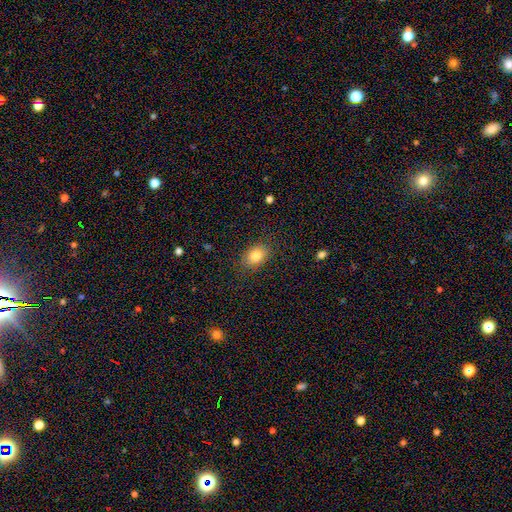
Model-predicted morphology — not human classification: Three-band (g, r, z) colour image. It shows a smooth galaxy with no disk features (82%) that is in between round and cigar-shaped (71%). Merging: none (85%).